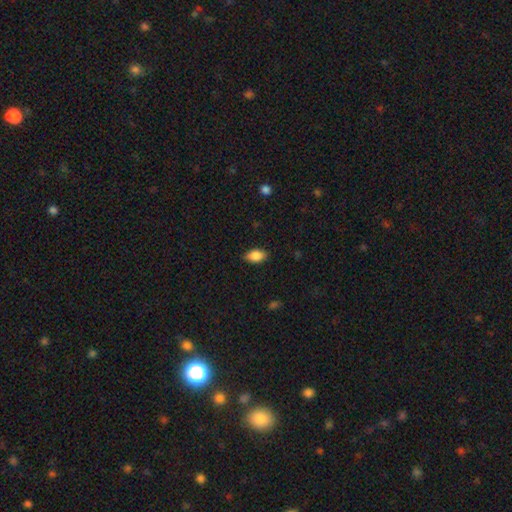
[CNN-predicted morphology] type=smooth (87%); roundness=in between (91%); merging=none (84%).